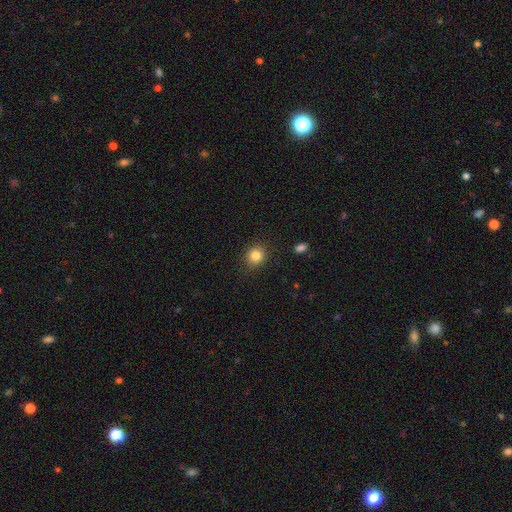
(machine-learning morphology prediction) Overall: smooth (84%). How rounded: round (80%). Merging: none (86%).